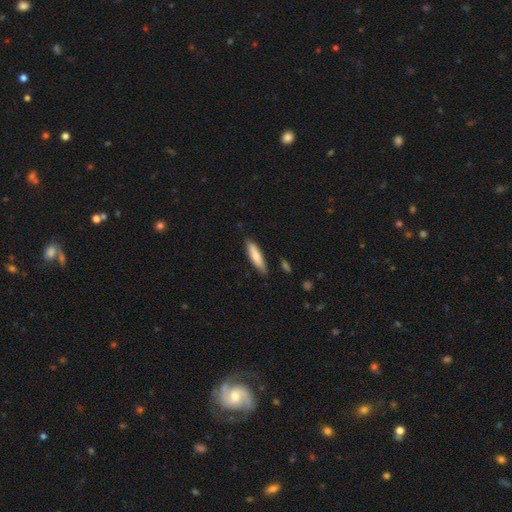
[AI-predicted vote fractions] Smooth or featured? smooth (71%)
How rounded? cigar-shaped (72%)
Merging? none (83%)